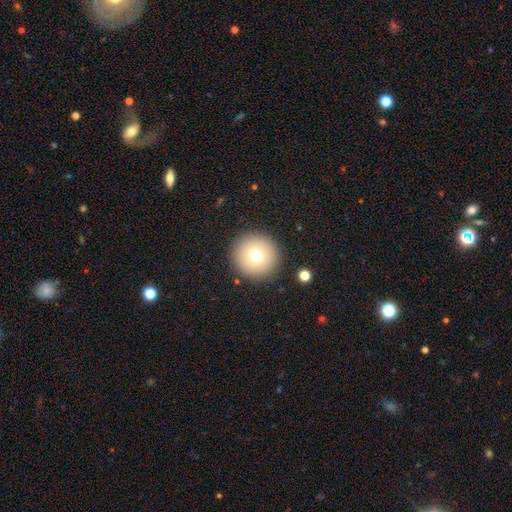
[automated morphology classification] Smooth or featured? Predicted: smooth (p=0.72). How rounded? Predicted: round (p=0.96). Merging? Predicted: none (p=0.91).